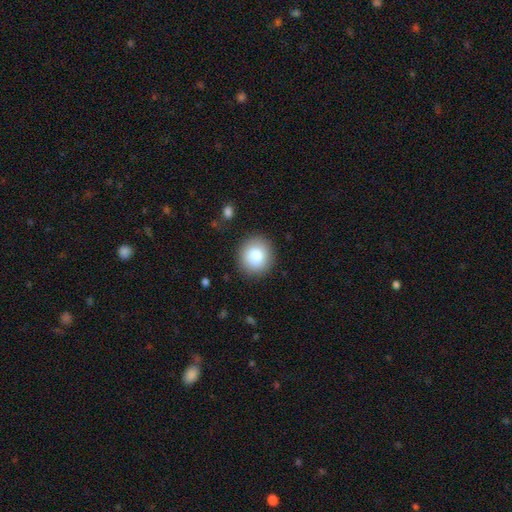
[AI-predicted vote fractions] A smooth galaxy with no disk features (83%) that is round (88%).

Vote fractions:
- Smooth or featured? smooth: 83% / star or artifact: 8% / featured or disk: 8%
- How rounded? round: 88% / in between: 11% / cigar-shaped: 1%
- Merging? none: 89% / minor disturbance: 8% / major disturbance: 3% / merger: 1%